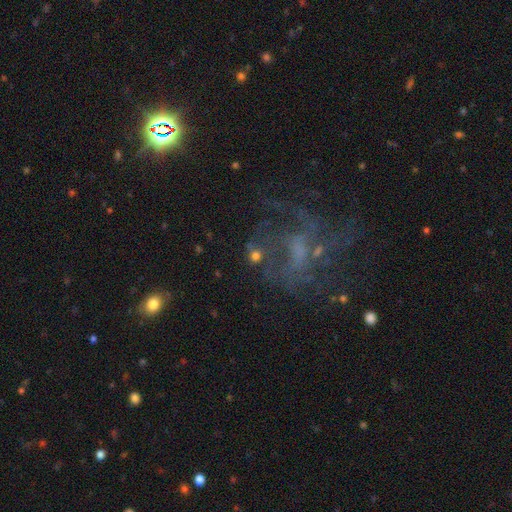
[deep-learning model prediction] A smooth galaxy with no disk features (39%).

Vote fractions:
- Smooth or featured? smooth: 39% / featured or disk: 35% / star or artifact: 26%
- Merging? none: 57% / major disturbance: 18% / minor disturbance: 15% / merger: 10%